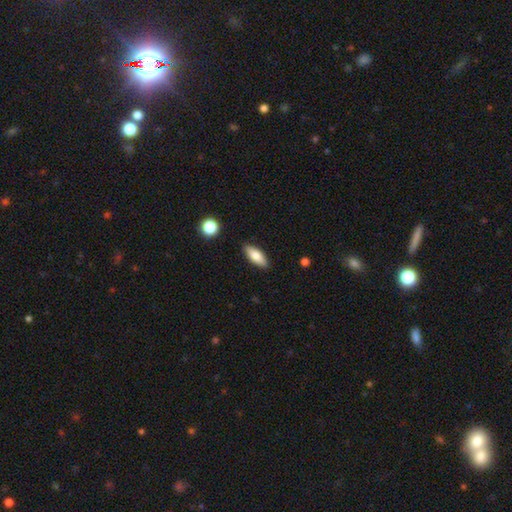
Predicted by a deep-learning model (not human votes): A smooth galaxy with no disk features (74%) that is in between round and cigar-shaped (70%). Merging: none (87%).